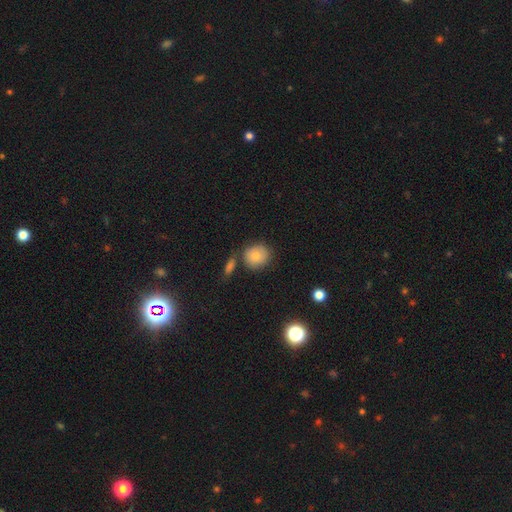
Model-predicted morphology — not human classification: Smooth or featured?
  - smooth: 80% *
  - featured or disk: 10%
  - star or artifact: 10%
How rounded?
  - round: 84% *
  - in between: 15%
  - cigar-shaped: 1%
Merging?
  - none: 71% *
  - minor disturbance: 13%
  - merger: 12%
  - major disturbance: 4%